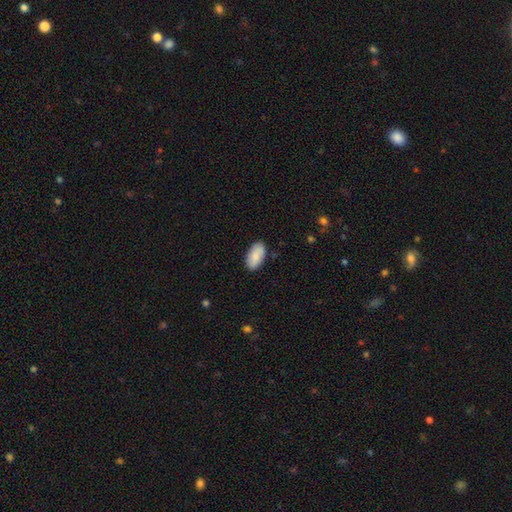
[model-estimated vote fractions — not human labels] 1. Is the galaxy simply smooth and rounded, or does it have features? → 82% smooth, 12% featured or disk, 6% star or artifact.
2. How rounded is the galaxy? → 95% in between, 3% cigar-shaped, 2% round.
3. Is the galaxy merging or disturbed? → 85% none, 12% minor disturbance, 2% major disturbance, 1% merger.